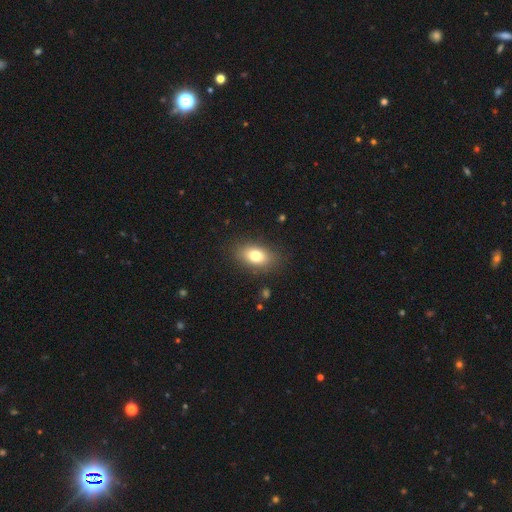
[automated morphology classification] Smooth or featured? smooth (77%)
How rounded? in between (85%)
Merging? none (85%)